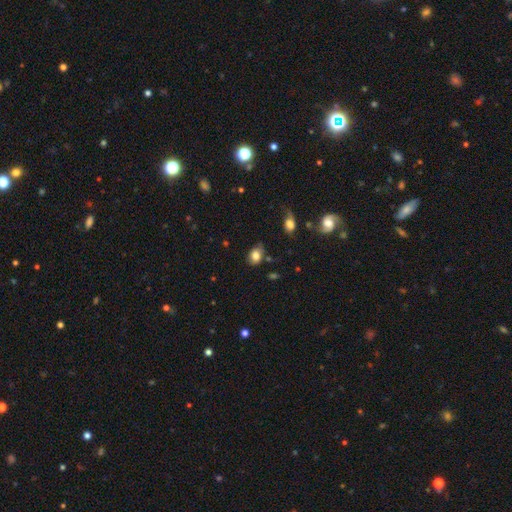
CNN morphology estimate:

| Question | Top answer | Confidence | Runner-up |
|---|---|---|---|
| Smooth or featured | smooth | 80% | star or artifact (10%) |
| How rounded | in between | 70% | round (28%) |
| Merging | none | 65% | minor disturbance (25%) |